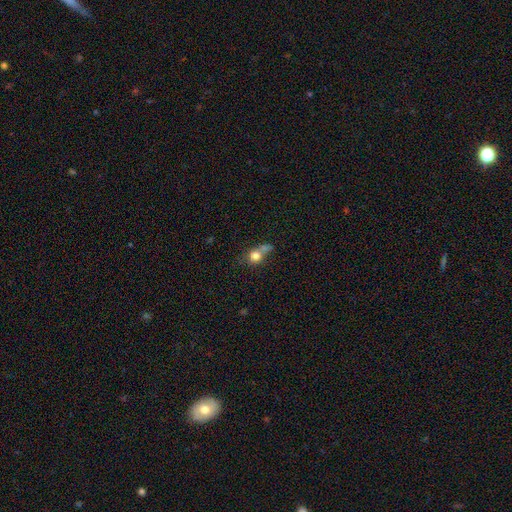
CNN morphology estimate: Smooth or featured? Predicted: smooth (p=0.76). How rounded? Predicted: round (p=0.74). Merging? Predicted: merger (p=0.39).